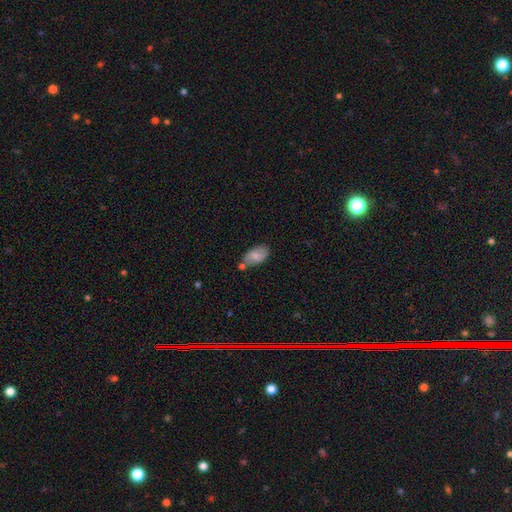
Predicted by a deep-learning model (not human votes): Smooth or featured: smooth — 71% (featured or disk — 22%)
How rounded: in between — 93% (round — 4%)
Merging: none — 59% (minor disturbance — 22%)